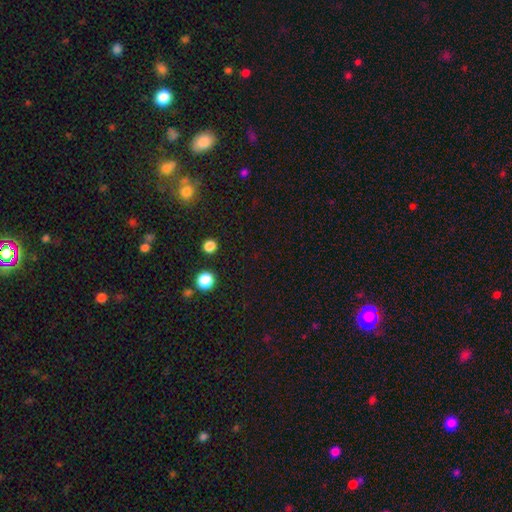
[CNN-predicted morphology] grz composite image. It shows a smooth galaxy with no disk features (48%). Merging: none (86%).